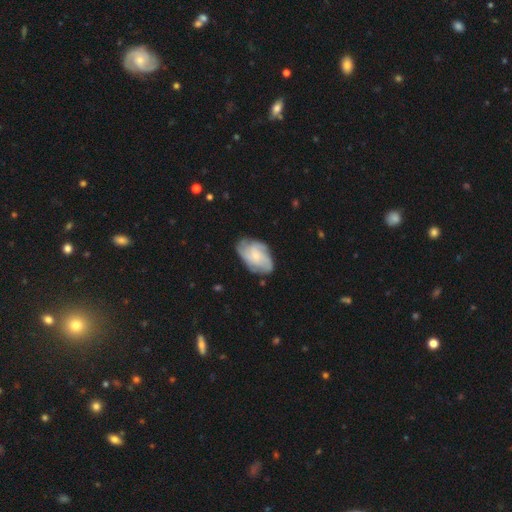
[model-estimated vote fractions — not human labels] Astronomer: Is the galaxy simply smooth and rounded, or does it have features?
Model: featured or disk — 67%.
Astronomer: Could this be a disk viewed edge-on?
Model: no — 97%.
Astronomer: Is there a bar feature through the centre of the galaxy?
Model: no — 71%.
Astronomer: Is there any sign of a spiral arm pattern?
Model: yes — 91%.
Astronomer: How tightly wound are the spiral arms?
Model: tight — 43% (runner-up: medium, 40%).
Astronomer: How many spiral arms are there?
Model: can't tell — 32% (runner-up: 4, 25%).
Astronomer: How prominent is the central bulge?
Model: small — 66%.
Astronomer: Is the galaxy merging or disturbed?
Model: none — 70%.